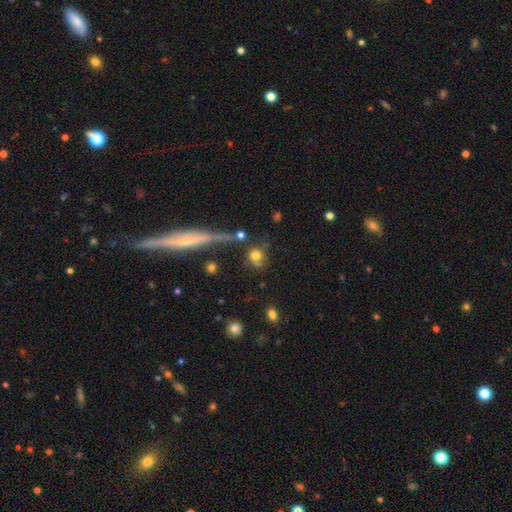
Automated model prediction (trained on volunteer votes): This appears to be a smooth galaxy with no disk features (71%) that is round (78%). Merging: none (56%).